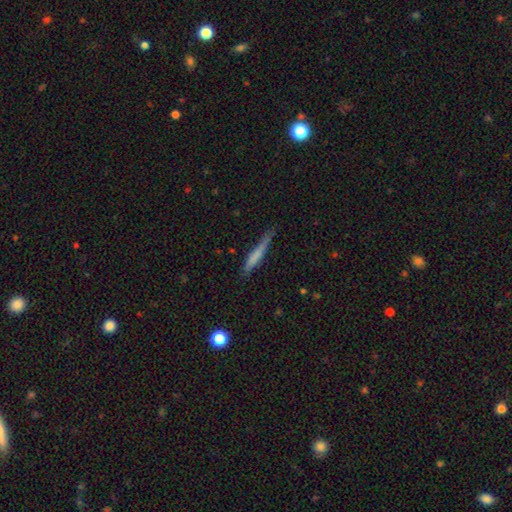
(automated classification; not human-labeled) Smooth or featured: smooth — 65% (featured or disk — 28%)
How rounded: cigar-shaped — 94% (in between — 5%)
Merging: none — 68% (minor disturbance — 24%)